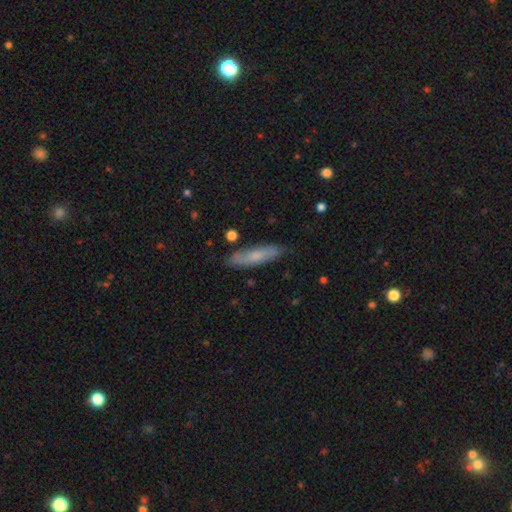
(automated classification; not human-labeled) Smooth or featured? smooth (62%)
How rounded? cigar-shaped (75%)
Merging? none (82%)